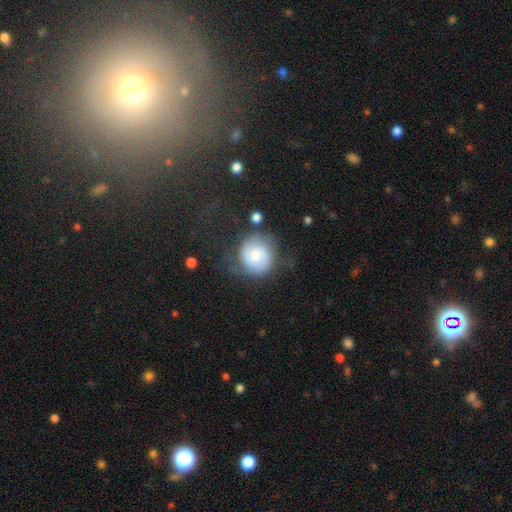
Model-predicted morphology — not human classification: A featured or disk galaxy (49%).

Vote fractions:
- Smooth or featured? featured or disk: 49% / smooth: 43% / star or artifact: 8%
- Merging? none: 55% / minor disturbance: 24% / major disturbance: 17% / merger: 4%